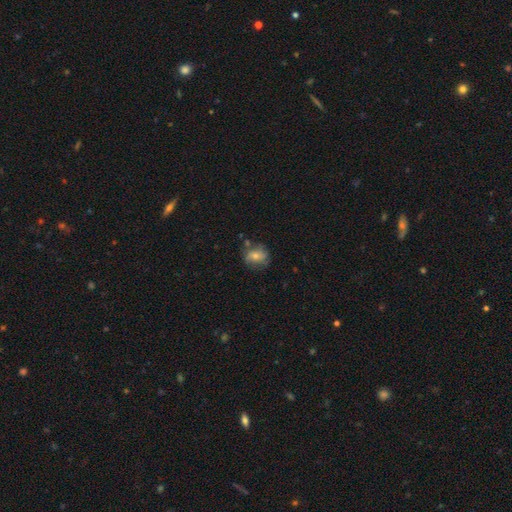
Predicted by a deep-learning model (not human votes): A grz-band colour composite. It shows a smooth galaxy with no disk features (52%) that is round (62%). Merging: none (67%).